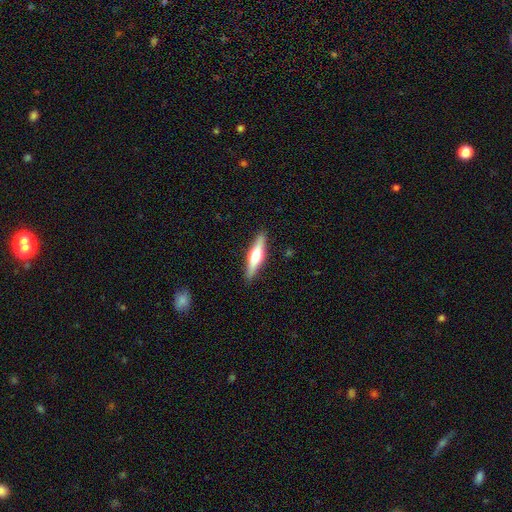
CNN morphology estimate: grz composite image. It shows a featured or disk galaxy (60%) viewed edge-on (96%) with a rounded central bulge (94%). Merging: none (90%).